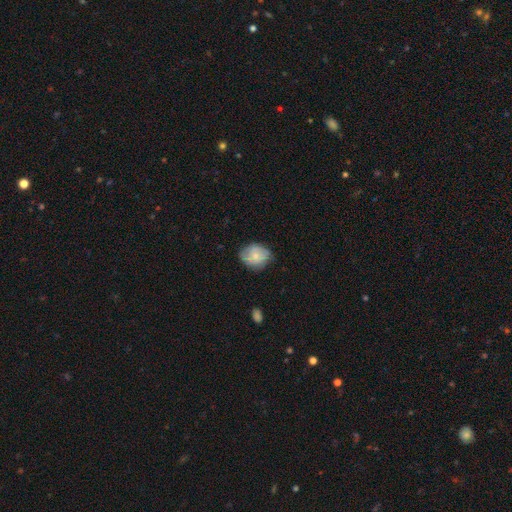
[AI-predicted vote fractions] smooth-or-featured: smooth: 59% | featured or disk: 34% | star or artifact: 7%
  how-rounded: round: 55% | in between: 44% | cigar-shaped: 1%
  merging: none: 63% | minor disturbance: 28% | major disturbance: 7% | merger: 1%